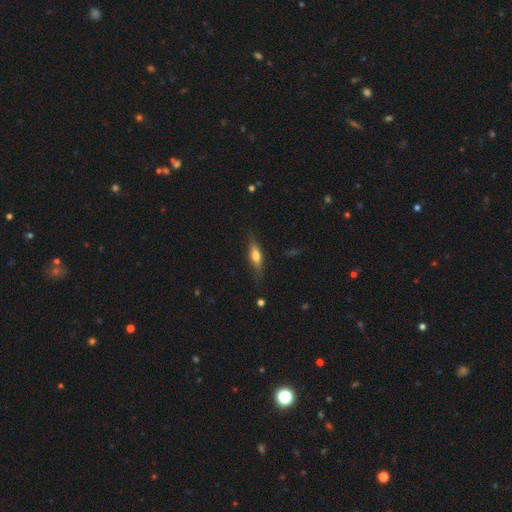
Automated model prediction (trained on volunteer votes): Smooth or featured? smooth (54%)
How rounded? cigar-shaped (57%)
Merging? none (79%)